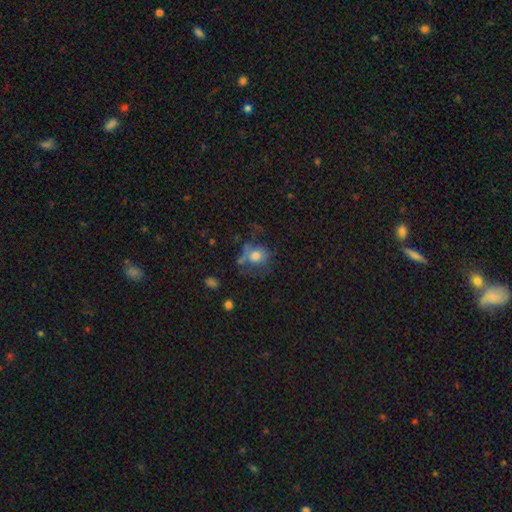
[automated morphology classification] smooth_or_featured: smooth (p=0.62) [alt: featured or disk p=0.27]
how_rounded: round (p=0.66) [alt: in between p=0.33]
merging: none (p=0.41) [alt: major disturbance p=0.27]